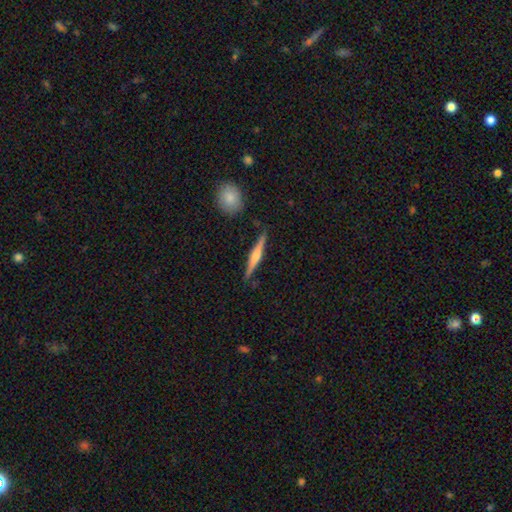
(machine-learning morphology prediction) Smooth or featured: featured or disk — 64% (smooth — 31%)
Edge-on disk: yes — 98% (no — 2%)
Edge-on bulge: rounded — 79% (boxy — 12%)
Merging: none — 87% (minor disturbance — 9%)